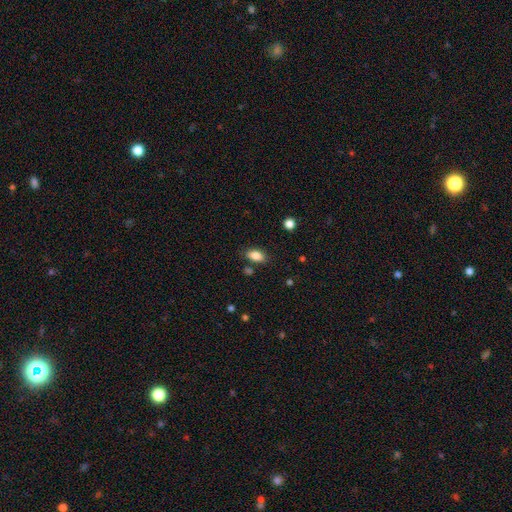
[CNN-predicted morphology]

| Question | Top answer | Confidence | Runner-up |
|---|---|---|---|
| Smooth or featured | smooth | 86% | star or artifact (9%) |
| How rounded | in between | 90% | round (7%) |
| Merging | none | 80% | minor disturbance (12%) |